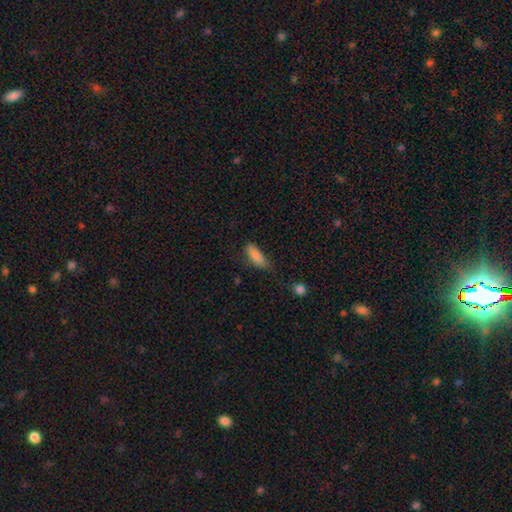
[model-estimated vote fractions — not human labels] smooth_or_featured: smooth (p=0.85) [alt: featured or disk p=0.08]
how_rounded: in between (p=0.64) [alt: cigar-shaped p=0.34]
merging: none (p=0.57) [alt: minor disturbance p=0.31]